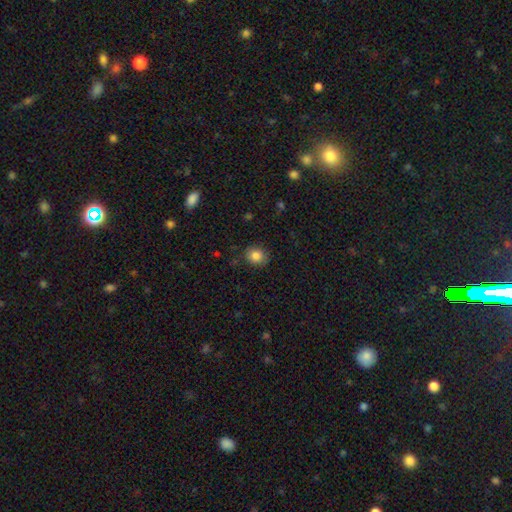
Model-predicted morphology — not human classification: A smooth galaxy with no disk features (85%) that is round (75%).

Vote fractions:
- Smooth or featured? smooth: 85% / star or artifact: 10% / featured or disk: 5%
- How rounded? round: 75% / in between: 24% / cigar-shaped: 1%
- Merging? none: 83% / minor disturbance: 13% / major disturbance: 3% / merger: 1%